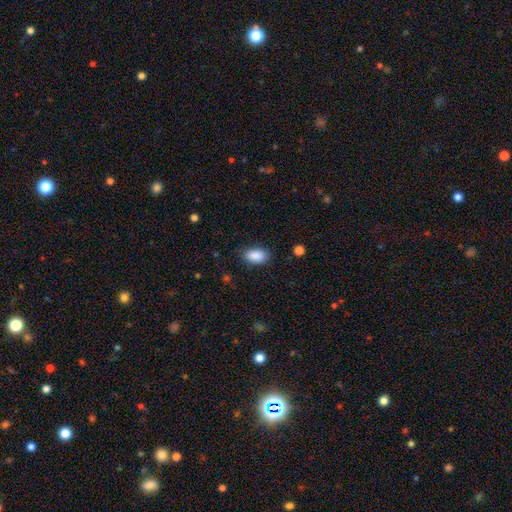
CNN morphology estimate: This is clearly a smooth galaxy (90%). How rounded: clearly in between (91%). Merging: clearly none (84%).